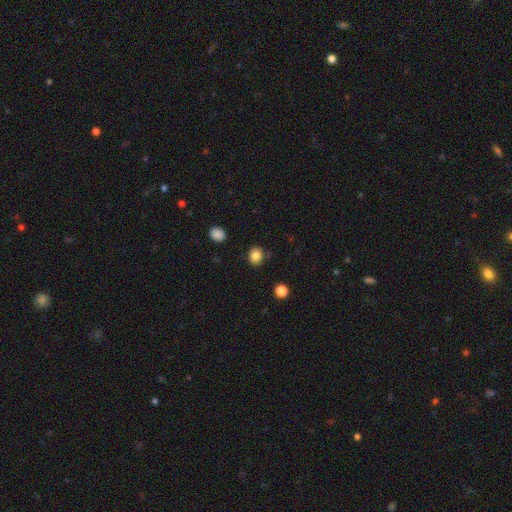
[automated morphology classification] A smooth galaxy with no disk features (84%) that is round (70%). Merging: none (83%).